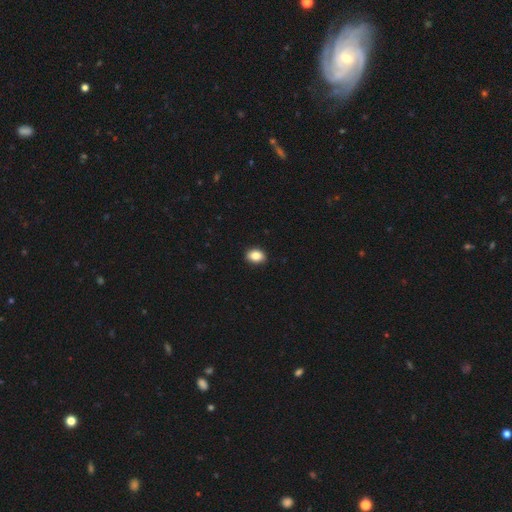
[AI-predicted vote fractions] Smooth or featured?
  - smooth: 86% *
  - star or artifact: 9%
  - featured or disk: 6%
How rounded?
  - in between: 70% *
  - round: 29%
  - cigar-shaped: 1%
Merging?
  - none: 90% *
  - minor disturbance: 7%
  - major disturbance: 2%
  - merger: 1%